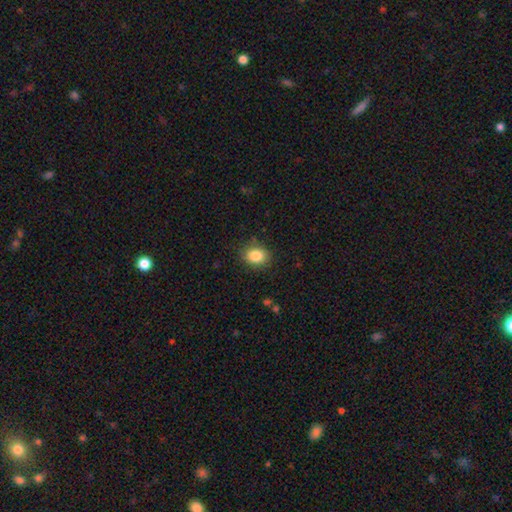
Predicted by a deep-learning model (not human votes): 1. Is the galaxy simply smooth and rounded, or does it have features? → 86% smooth, 9% star or artifact, 5% featured or disk.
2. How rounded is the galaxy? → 60% in between, 39% round, 1% cigar-shaped.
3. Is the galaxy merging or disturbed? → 83% none, 12% minor disturbance, 3% major disturbance, 1% merger.